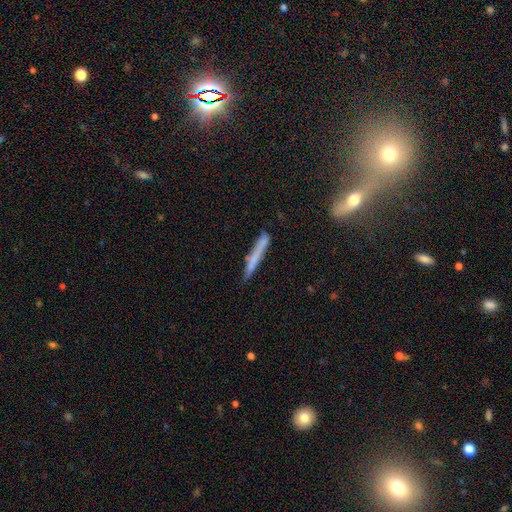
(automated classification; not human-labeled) smooth_or_featured: smooth (p=0.62) [alt: featured or disk p=0.30]
how_rounded: cigar-shaped (p=0.96) [alt: in between p=0.02]
merging: none (p=0.81) [alt: minor disturbance p=0.13]